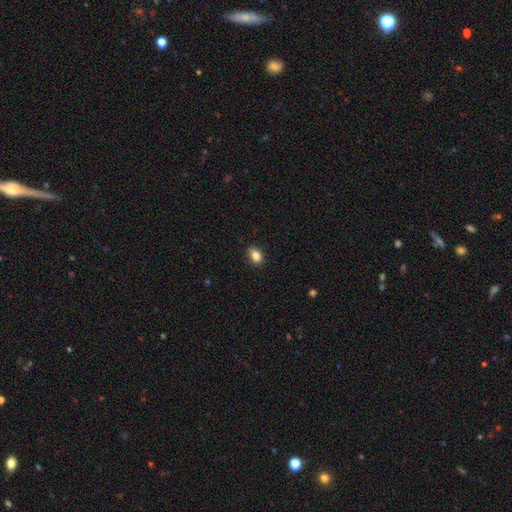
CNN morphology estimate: This appears to be a smooth galaxy with no disk features (83%) that is in between round and cigar-shaped (75%). Merging: none (81%).